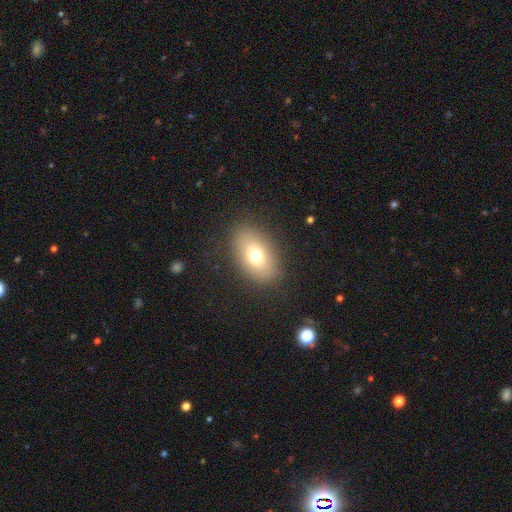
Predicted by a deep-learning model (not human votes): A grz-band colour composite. It shows a smooth galaxy with no disk features (71%) that is in between round and cigar-shaped (83%). Merging: none (84%).